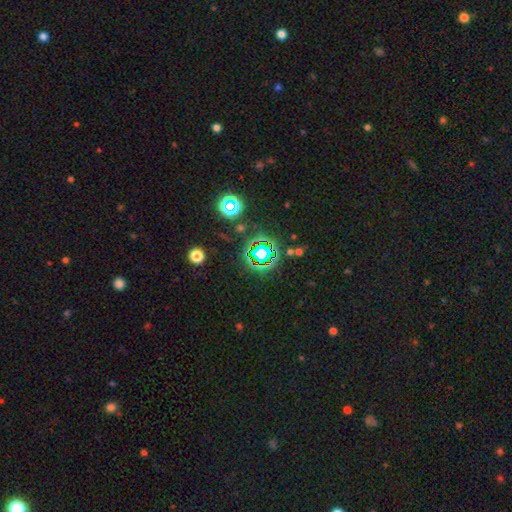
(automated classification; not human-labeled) This is likely a star or artifact rather than a galaxy (74%).